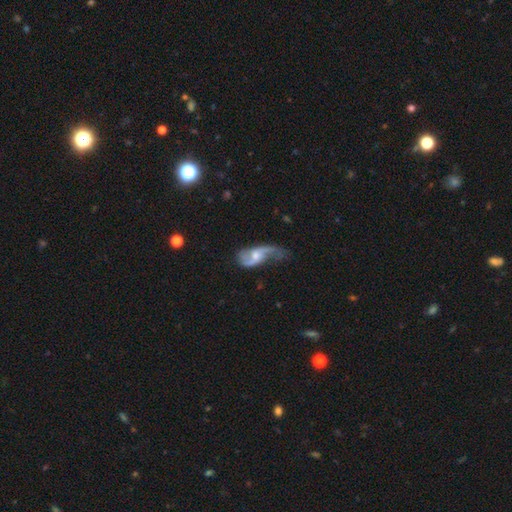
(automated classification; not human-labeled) Smooth or featured?
  - featured or disk: 77% *
  - smooth: 17%
  - star or artifact: 6%
Edge-on disk?
  - no: 95% *
  - yes: 5%
Bar?
  - no: 54% *
  - weak: 38%
  - strong: 8%
Spiral arms?
  - yes: 90% *
  - no: 10%
Spiral winding?
  - loose: 75% *
  - medium: 20%
  - tight: 5%
Spiral arm count?
  - 2: 81% *
  - 1: 11%
  - can't tell: 5%
  - 3: 1%
  - 4: 1%
  - more than 4: 1%
Bulge size?
  - moderate: 44% *
  - small: 43%
  - none: 8%
  - large: 4%
  - dominant: 1%
Merging?
  - none: 37% *
  - major disturbance: 32%
  - minor disturbance: 26%
  - merger: 5%